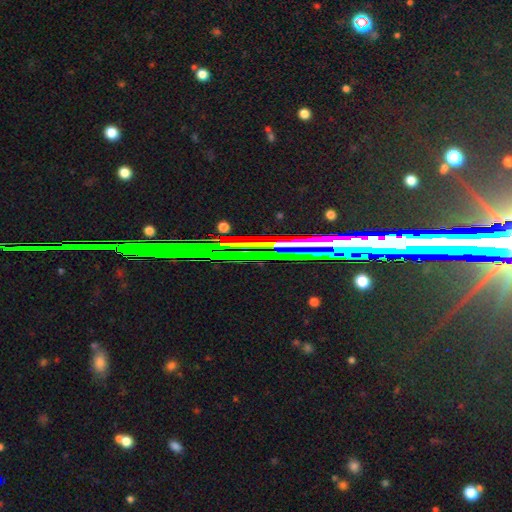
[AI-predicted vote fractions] smooth-or-featured: star or artifact: 79% | featured or disk: 14% | smooth: 8%